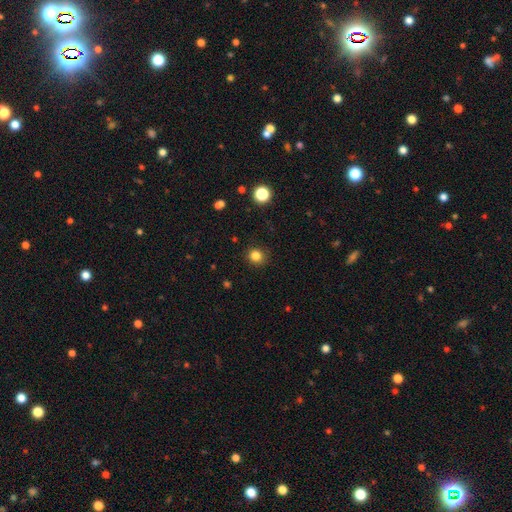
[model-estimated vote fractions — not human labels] smooth-or-featured: smooth: 83% | star or artifact: 13% | featured or disk: 4%
  how-rounded: round: 88% | in between: 11% | cigar-shaped: 1%
  merging: none: 90% | minor disturbance: 7% | major disturbance: 2% | merger: 1%